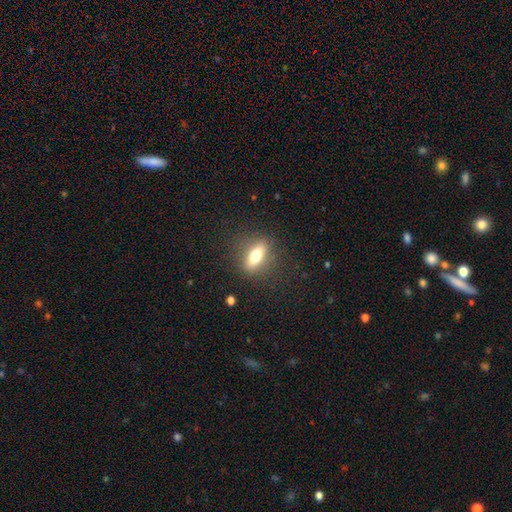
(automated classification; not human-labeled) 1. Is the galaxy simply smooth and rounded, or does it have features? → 64% smooth, 28% featured or disk, 9% star or artifact.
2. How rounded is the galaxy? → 58% in between, 36% cigar-shaped, 6% round.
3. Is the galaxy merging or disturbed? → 84% none, 10% minor disturbance, 5% major disturbance, 1% merger.